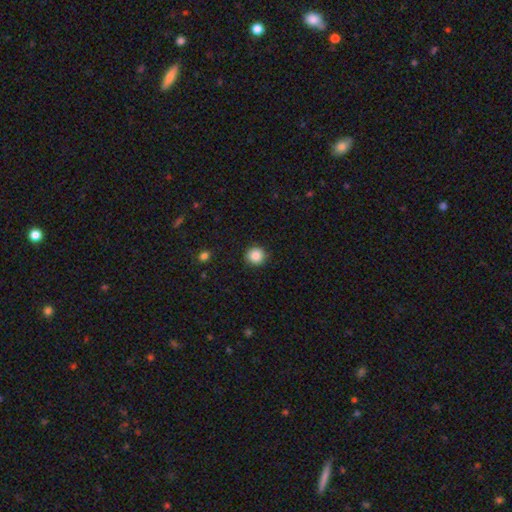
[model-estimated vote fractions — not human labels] Morphology: type=smooth (87%); roundness=round (94%); merging=none (91%).